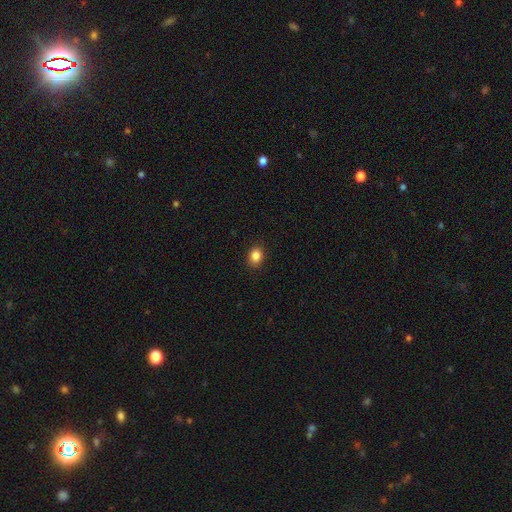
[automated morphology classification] This appears to be a smooth galaxy with no disk features (86%) that is in between round and cigar-shaped (55%). Merging: none (89%).